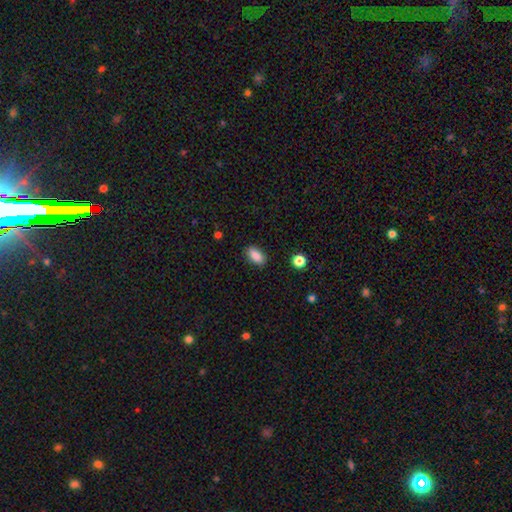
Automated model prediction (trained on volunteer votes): Smooth or featured?
  - smooth: 88% *
  - star or artifact: 8%
  - featured or disk: 4%
How rounded?
  - in between: 88% *
  - cigar-shaped: 8%
  - round: 4%
Merging?
  - none: 87% *
  - minor disturbance: 9%
  - major disturbance: 2%
  - merger: 1%